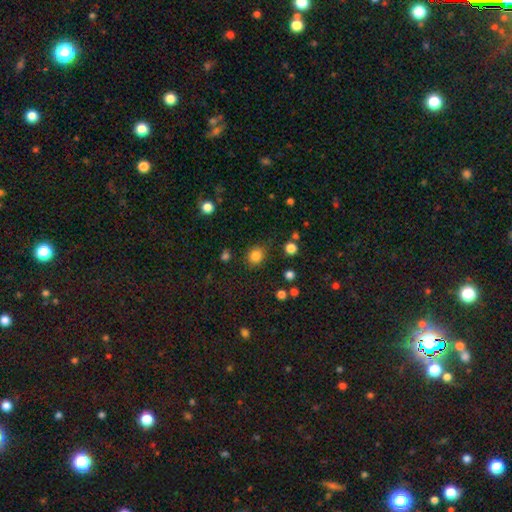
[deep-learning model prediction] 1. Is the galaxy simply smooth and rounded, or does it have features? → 83% smooth, 12% star or artifact, 5% featured or disk.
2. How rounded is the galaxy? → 67% round, 32% in between, 1% cigar-shaped.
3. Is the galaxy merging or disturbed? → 81% none, 12% minor disturbance, 4% major disturbance, 3% merger.